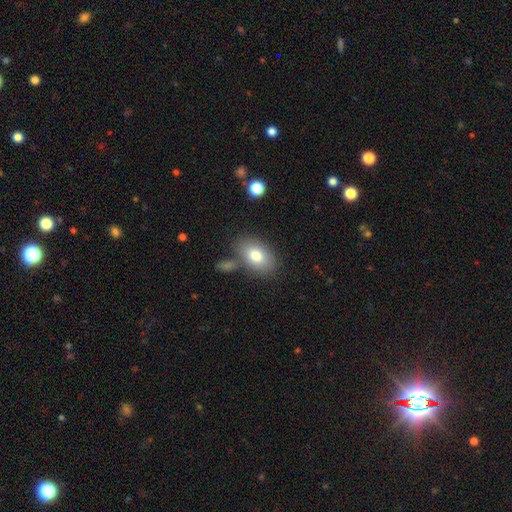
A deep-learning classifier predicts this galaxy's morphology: Q: Smooth or featured?
A: smooth (78%); runner-up: featured or disk (14%)
Q: How rounded?
A: in between (88%); runner-up: round (11%)
Q: Merging?
A: none (71%); runner-up: minor disturbance (14%)